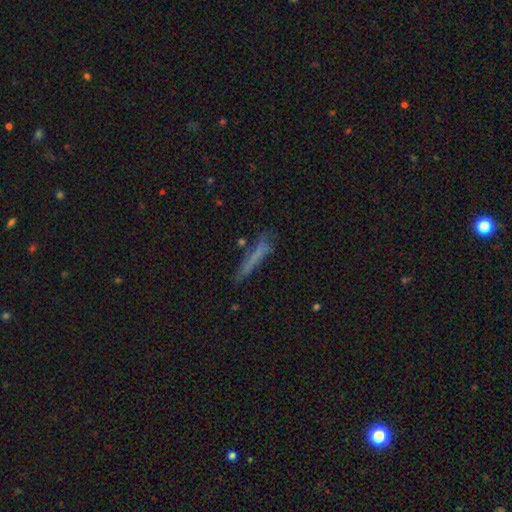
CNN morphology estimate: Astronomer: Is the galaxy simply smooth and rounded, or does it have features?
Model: smooth — 63%.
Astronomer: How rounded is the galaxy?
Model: cigar-shaped — 94%.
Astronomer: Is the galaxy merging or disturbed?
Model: none — 72%.